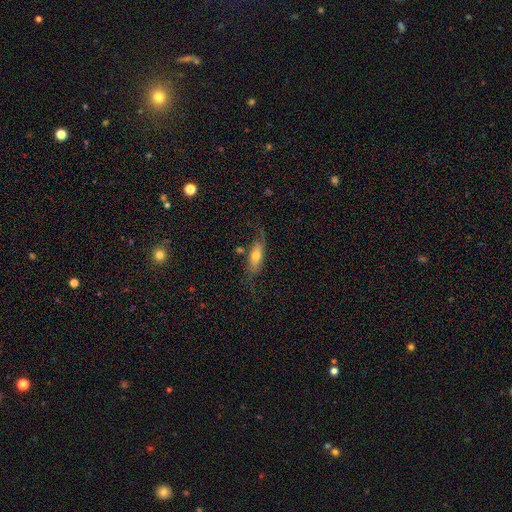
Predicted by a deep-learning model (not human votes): Smooth or featured?
  - smooth: 55% *
  - featured or disk: 38%
  - star or artifact: 7%
How rounded?
  - in between: 66% *
  - cigar-shaped: 29%
  - round: 4%
Merging?
  - none: 54% *
  - minor disturbance: 25%
  - major disturbance: 16%
  - merger: 6%